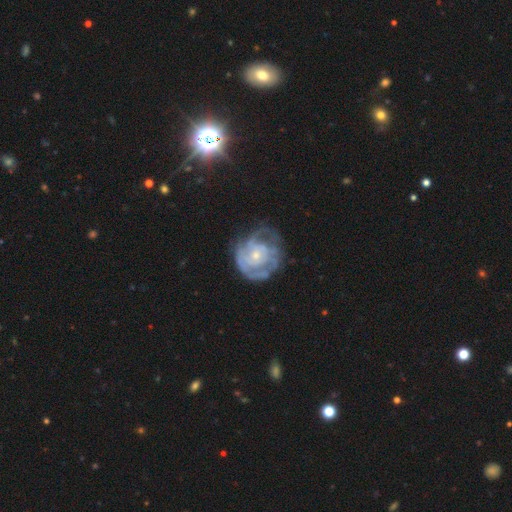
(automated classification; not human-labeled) featured or disk 77%, smooth 17%, star or artifact 7%. Down the decision tree: edge-on disk — no (98%); bar — no (80%); spiral arms — yes (76%); spiral arm count — can't tell (51%); spiral winding — tight (62%); bulge size — small (70%); merging — none (52%).